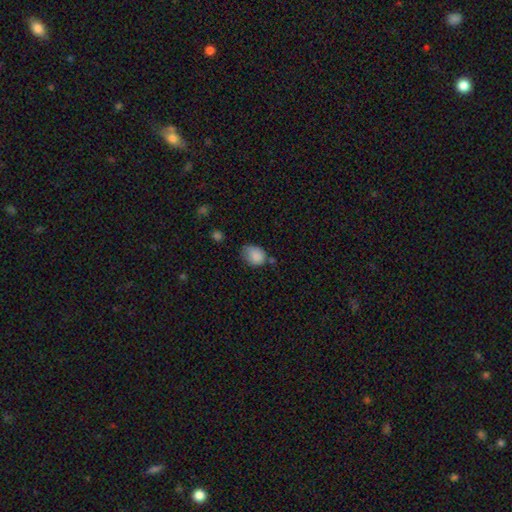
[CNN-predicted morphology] This appears to be a smooth galaxy with no disk features (85%) that is in between round and cigar-shaped (57%). Merging: none (45%).